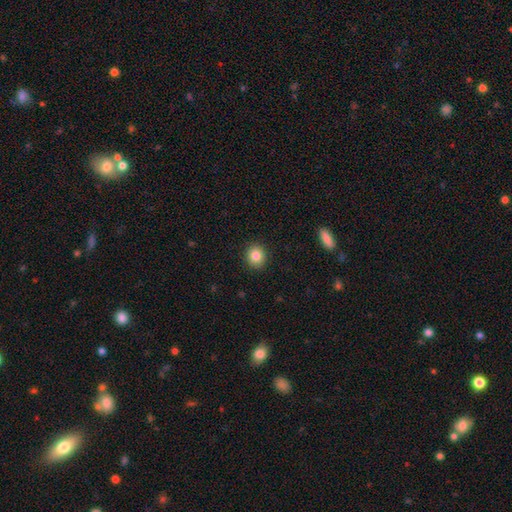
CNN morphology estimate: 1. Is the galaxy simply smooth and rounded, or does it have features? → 84% smooth, 10% star or artifact, 7% featured or disk.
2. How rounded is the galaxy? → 84% round, 15% in between, 1% cigar-shaped.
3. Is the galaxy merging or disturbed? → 91% none, 6% minor disturbance, 2% major disturbance, 1% merger.